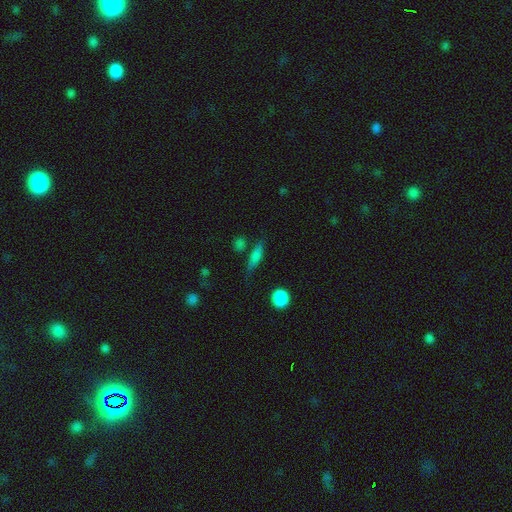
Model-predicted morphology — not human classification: Smooth or featured?
  - smooth: 66% *
  - featured or disk: 24%
  - star or artifact: 10%
How rounded?
  - cigar-shaped: 68% *
  - in between: 26%
  - round: 6%
Merging?
  - none: 73% *
  - minor disturbance: 16%
  - merger: 5%
  - major disturbance: 5%